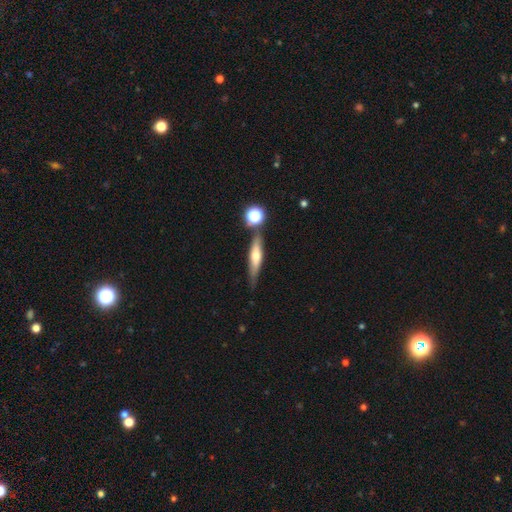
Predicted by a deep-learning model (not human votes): smooth-or-featured: featured or disk: 48% | smooth: 44% | star or artifact: 8%
  merging: none: 71% | minor disturbance: 15% | merger: 10% | major disturbance: 4%